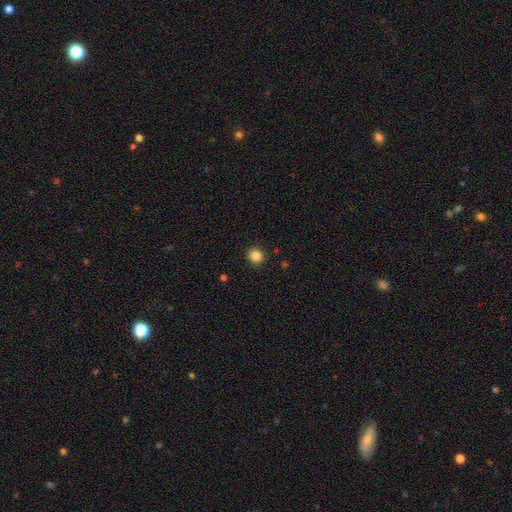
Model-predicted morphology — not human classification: Smooth or featured? Predicted: smooth (p=0.85). How rounded? Predicted: round (p=0.88). Merging? Predicted: none (p=0.91).